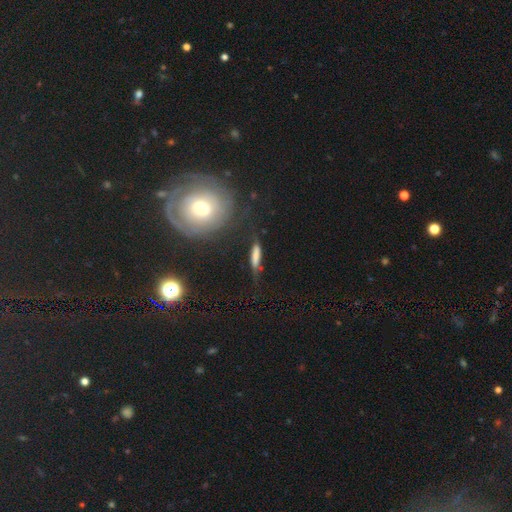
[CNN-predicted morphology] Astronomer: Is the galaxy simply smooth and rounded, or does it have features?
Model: smooth — 67%.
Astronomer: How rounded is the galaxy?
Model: cigar-shaped — 78%.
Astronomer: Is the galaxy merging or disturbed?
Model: none — 58%.